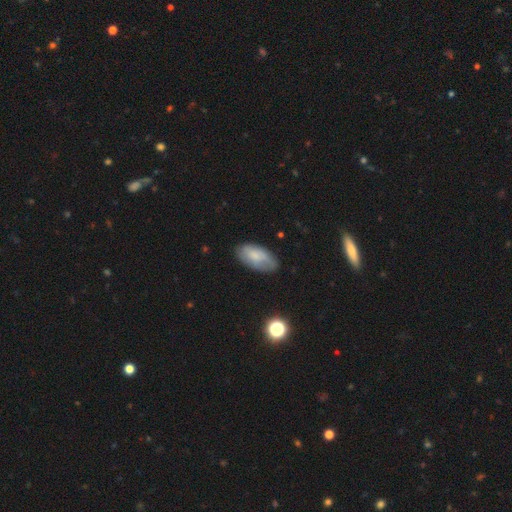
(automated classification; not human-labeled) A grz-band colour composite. It shows a smooth galaxy with no disk features (69%) that is in between round and cigar-shaped (94%). Merging: none (69%).